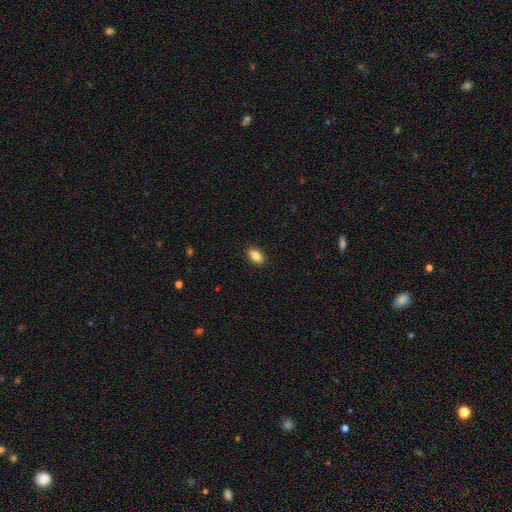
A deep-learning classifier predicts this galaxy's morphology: Smooth or featured?
  - smooth: 86% *
  - star or artifact: 8%
  - featured or disk: 6%
How rounded?
  - in between: 90% *
  - round: 6%
  - cigar-shaped: 4%
Merging?
  - none: 89% *
  - minor disturbance: 8%
  - major disturbance: 2%
  - merger: 1%